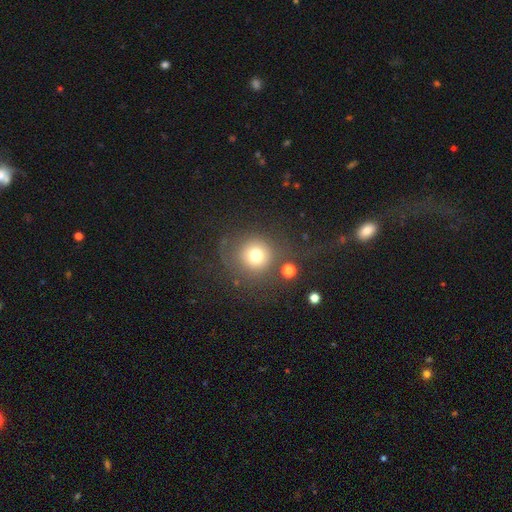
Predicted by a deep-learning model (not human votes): This is likely a smooth galaxy (72%). How rounded: clearly round (92%). Merging: likely none (67%).